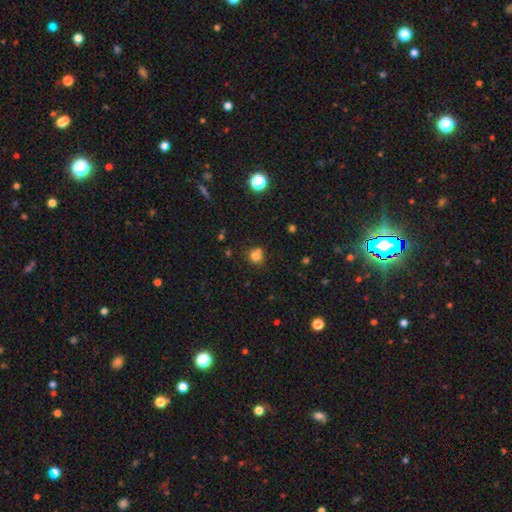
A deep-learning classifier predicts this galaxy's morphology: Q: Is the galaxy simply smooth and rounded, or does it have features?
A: smooth — 77%.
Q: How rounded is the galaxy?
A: round — 85%.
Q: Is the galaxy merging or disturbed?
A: none — 63%.